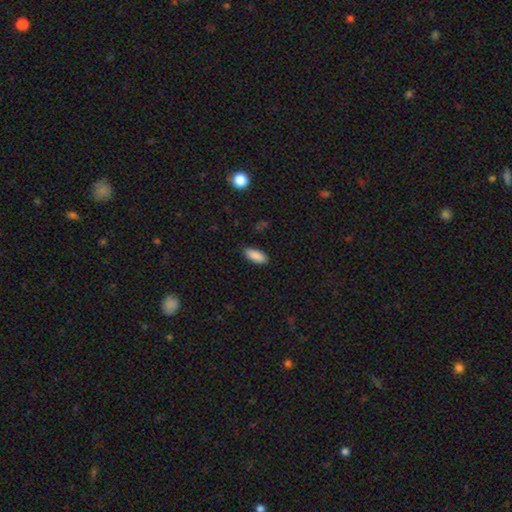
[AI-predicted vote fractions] Morphology: type=smooth (89%); roundness=in between (83%); merging=none (84%).